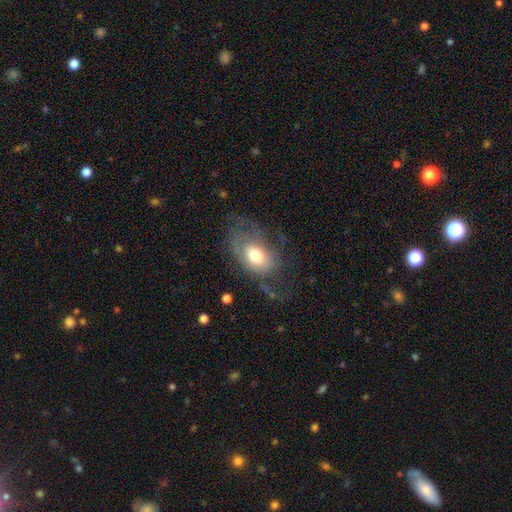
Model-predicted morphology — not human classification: Overall: smooth (51%; featured or disk 41%). How rounded: in between (84%). Merging: none (40%; major disturbance 34%).